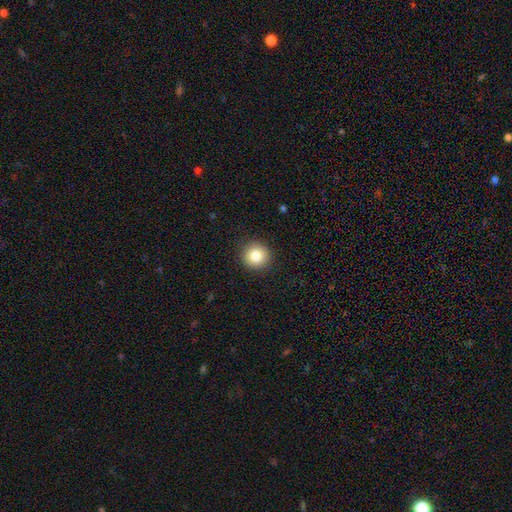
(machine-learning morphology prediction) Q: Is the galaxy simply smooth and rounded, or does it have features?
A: smooth — 84%.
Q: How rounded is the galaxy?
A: round — 93%.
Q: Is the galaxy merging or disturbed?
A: none — 91%.